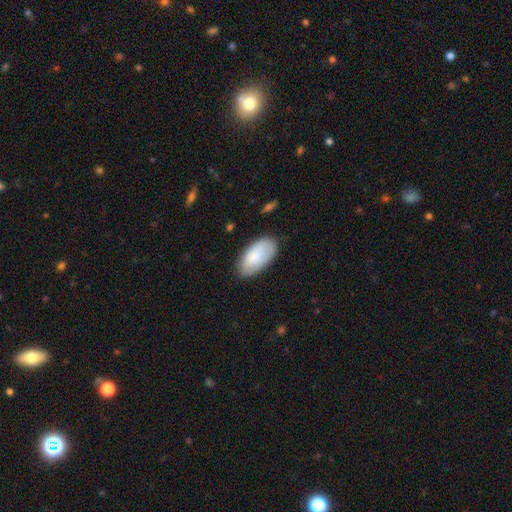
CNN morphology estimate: smooth-or-featured: smooth: 82% | featured or disk: 12% | star or artifact: 6%
  how-rounded: in between: 95% | cigar-shaped: 2% | round: 2%
  merging: none: 77% | minor disturbance: 18% | major disturbance: 4% | merger: 2%